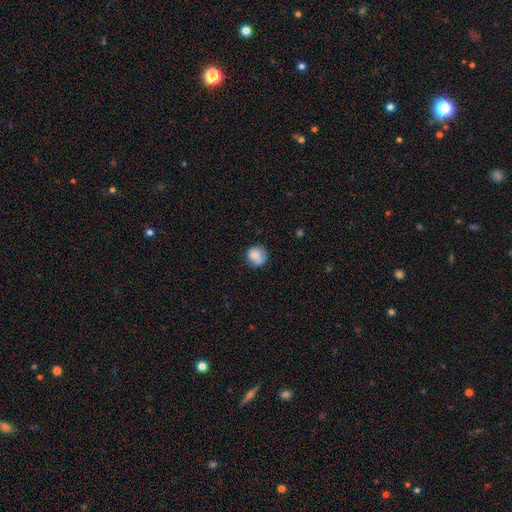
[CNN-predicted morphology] Smooth or featured? Predicted: smooth (p=0.85). How rounded? Predicted: round (p=0.86). Merging? Predicted: none (p=0.73).